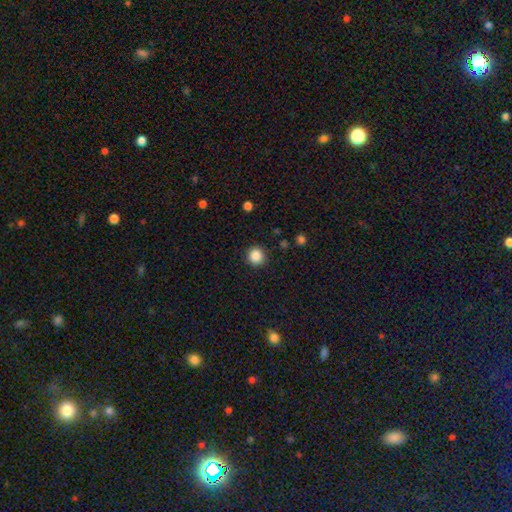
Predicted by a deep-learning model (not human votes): smooth 87%, star or artifact 10%, featured or disk 3%. Down the decision tree: how rounded — round (93%); merging — none (90%).